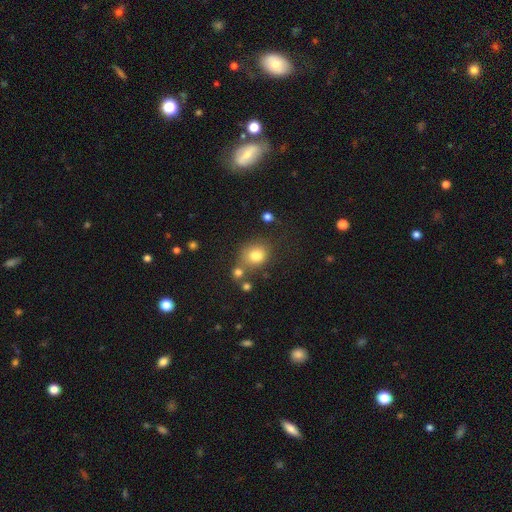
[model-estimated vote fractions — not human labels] Smooth or featured?
  - smooth: 78% *
  - star or artifact: 13%
  - featured or disk: 9%
How rounded?
  - round: 76% *
  - in between: 23%
  - cigar-shaped: 1%
Merging?
  - none: 66% *
  - merger: 15%
  - minor disturbance: 14%
  - major disturbance: 5%